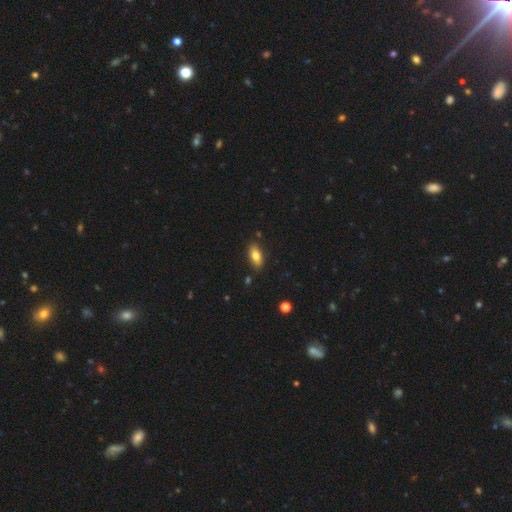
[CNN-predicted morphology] type=smooth (78%); roundness=in between (84%); merging=none (85%).